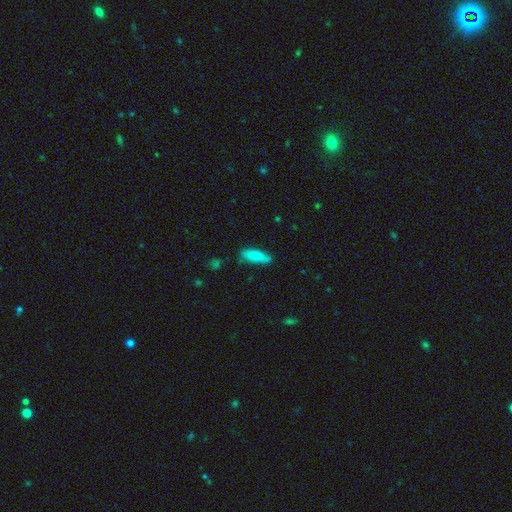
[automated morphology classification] Q: Smooth or featured?
A: smooth (75%); runner-up: featured or disk (19%)
Q: How rounded?
A: in between (52%); runner-up: cigar-shaped (46%)
Q: Merging?
A: none (76%); runner-up: minor disturbance (18%)